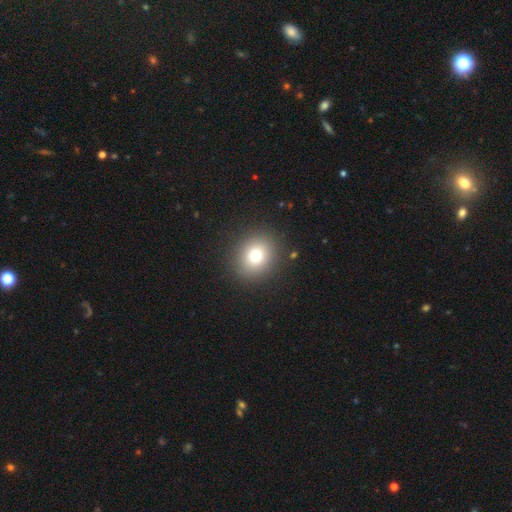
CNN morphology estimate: type=smooth (76%); roundness=round (80%); merging=none (89%).